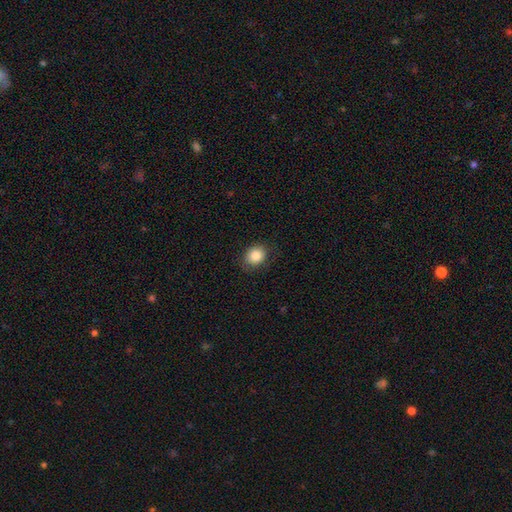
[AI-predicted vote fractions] smooth-or-featured: smooth: 84% | star or artifact: 10% | featured or disk: 7%
  how-rounded: round: 62% | in between: 37% | cigar-shaped: 1%
  merging: none: 85% | minor disturbance: 11% | major disturbance: 3% | merger: 1%